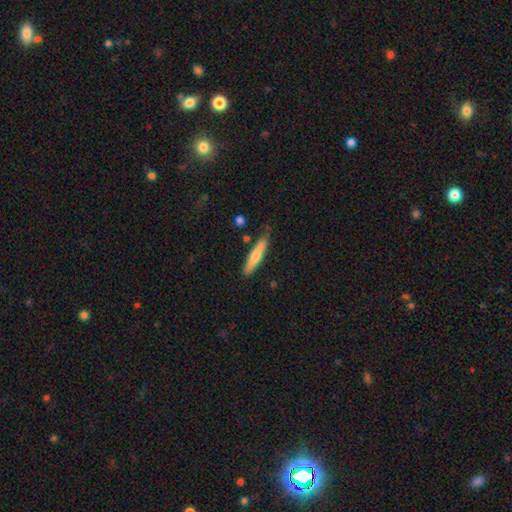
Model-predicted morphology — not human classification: This appears to be a smooth galaxy with no disk features (68%) that is cigar-shaped (88%). Merging: none (79%).